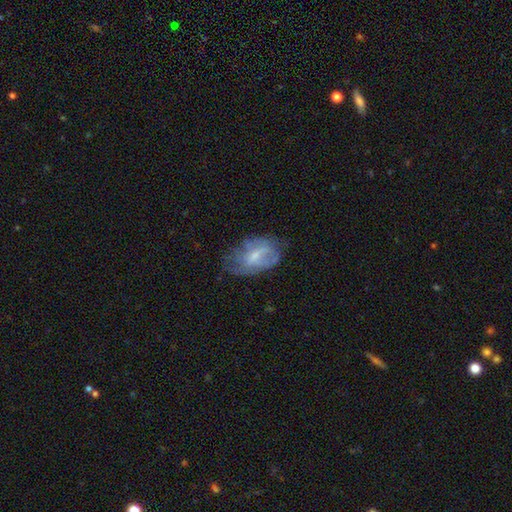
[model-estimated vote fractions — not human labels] The model was most divided on "bar": weak: 45%, no: 44%, strong: 11%. Remaining: edge-on disk — no (95%); smooth or featured — featured or disk (54%); spiral arms — yes (53%); merging — none (50%); bulge size — small (50%).